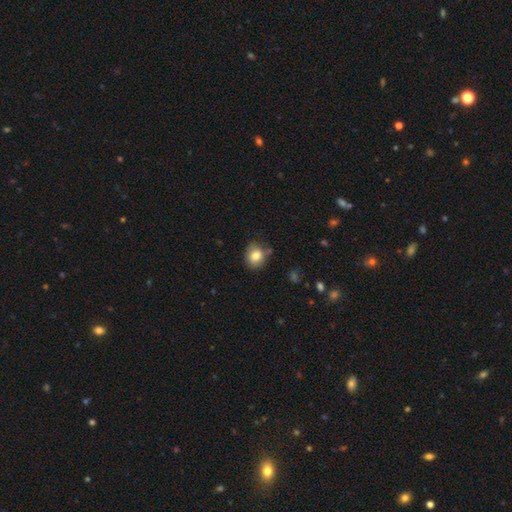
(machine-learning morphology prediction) Q: Smooth or featured?
A: smooth (82%); runner-up: star or artifact (10%)
Q: How rounded?
A: round (71%); runner-up: in between (28%)
Q: Merging?
A: none (75%); runner-up: minor disturbance (16%)